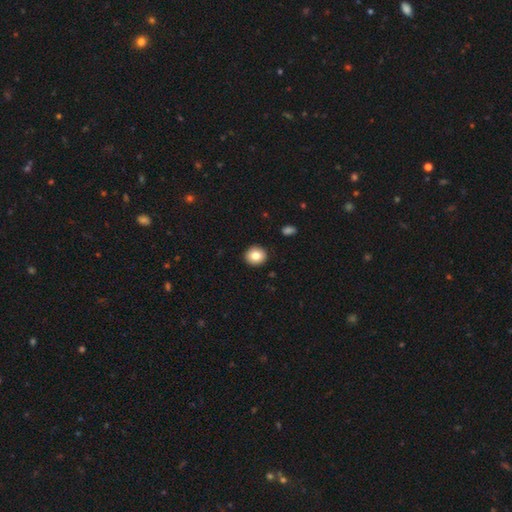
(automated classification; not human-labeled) Overall: smooth (82%). How rounded: round (88%). Merging: none (92%).